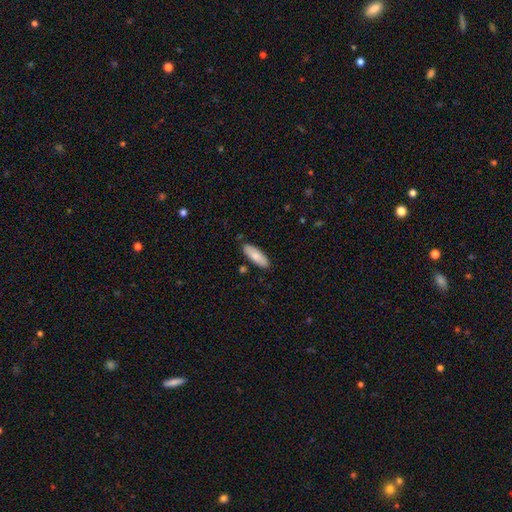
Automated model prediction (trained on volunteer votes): Smooth or featured? Predicted: smooth (p=0.81). How rounded? Predicted: in between (p=0.67). Merging? Predicted: none (p=0.85).